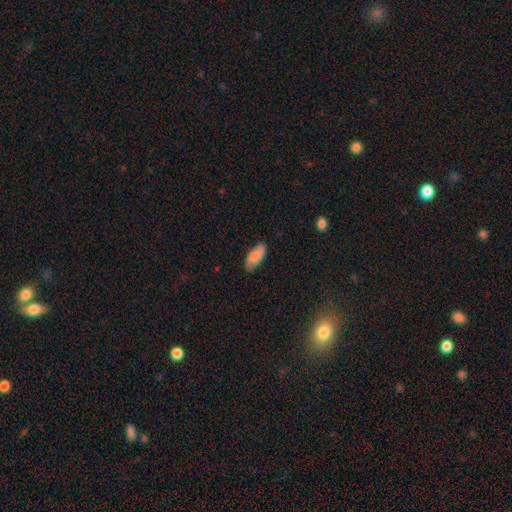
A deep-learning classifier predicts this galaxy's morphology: Smooth or featured?
  - smooth: 81% *
  - featured or disk: 13%
  - star or artifact: 6%
How rounded?
  - in between: 84% *
  - cigar-shaped: 14%
  - round: 2%
Merging?
  - none: 78% *
  - minor disturbance: 17%
  - major disturbance: 3%
  - merger: 1%